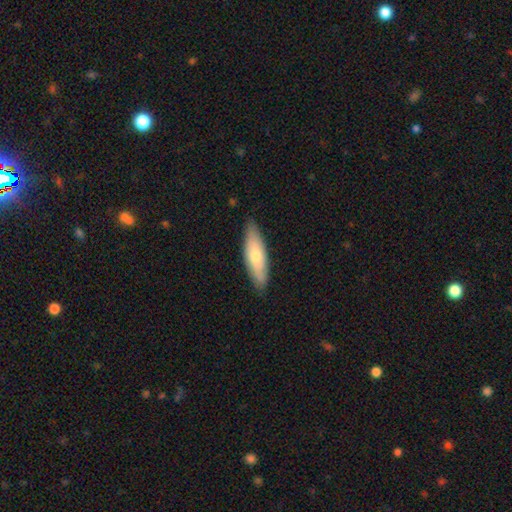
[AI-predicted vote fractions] Smooth or featured: smooth — 62% (featured or disk — 33%)
How rounded: cigar-shaped — 50% (in between — 48%)
Merging: none — 83% (minor disturbance — 14%)